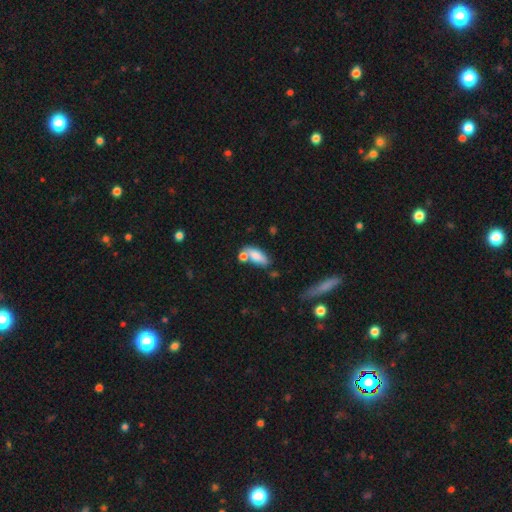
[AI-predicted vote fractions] Smooth or featured: smooth — 78% (featured or disk — 14%)
How rounded: in between — 82% (cigar-shaped — 14%)
Merging: none — 48% (merger — 29%)